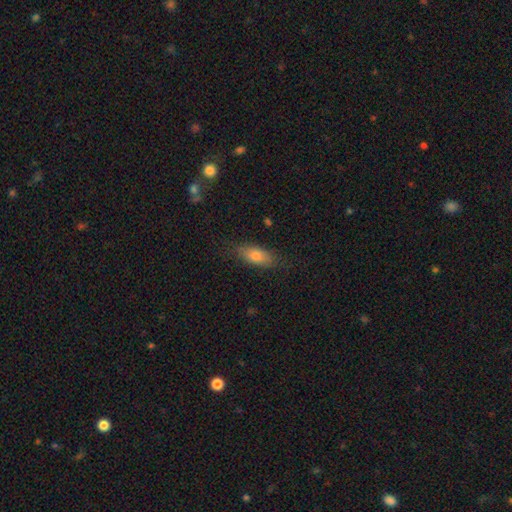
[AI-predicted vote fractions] This appears to be a smooth galaxy with no disk features (75%) that is in between round and cigar-shaped (77%). Merging: none (78%).